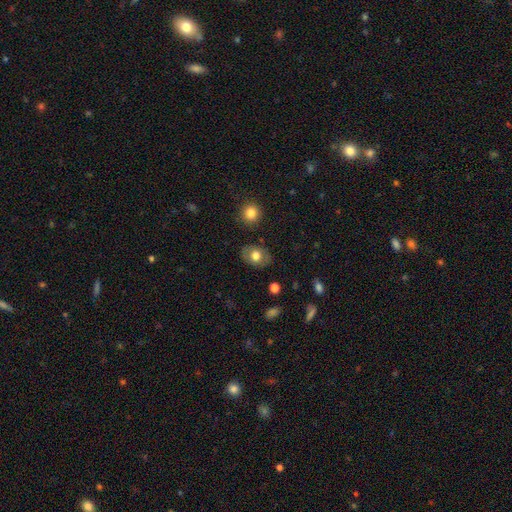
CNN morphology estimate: type=smooth (66%); roundness=in between (69%); merging=none (83%).